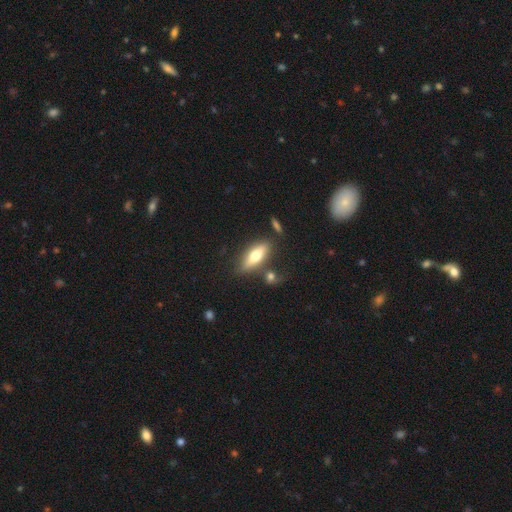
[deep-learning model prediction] This is possibly a smooth galaxy (54%). How rounded: possibly in between (57%). Merging: likely none (71%).